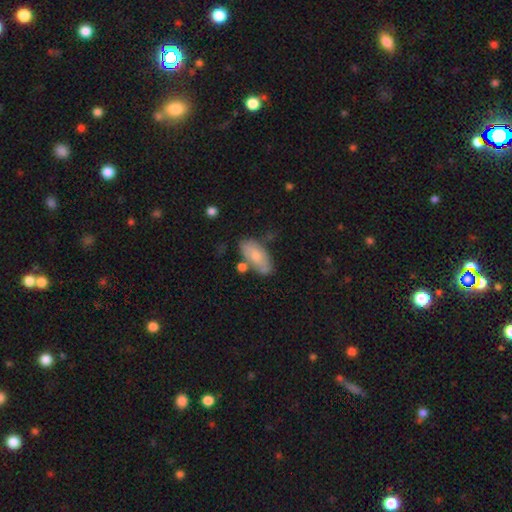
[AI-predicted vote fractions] Smooth or featured?
  - smooth: 67% *
  - featured or disk: 27%
  - star or artifact: 6%
How rounded?
  - in between: 91% *
  - cigar-shaped: 6%
  - round: 3%
Merging?
  - none: 61% *
  - minor disturbance: 22%
  - merger: 11%
  - major disturbance: 6%